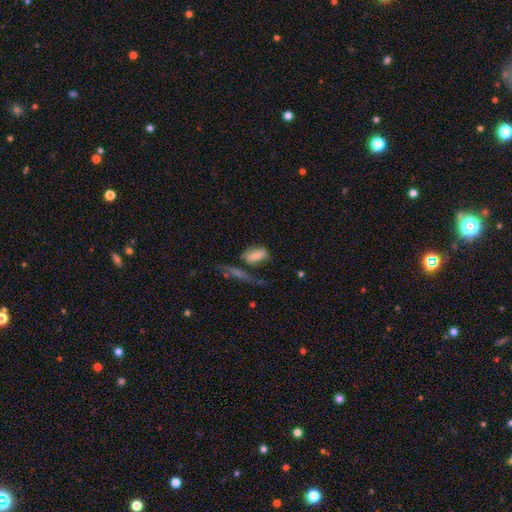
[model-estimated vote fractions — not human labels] smooth-or-featured: smooth: 65% | featured or disk: 26% | star or artifact: 9%
  how-rounded: in between: 84% | round: 8% | cigar-shaped: 8%
  merging: none: 43% | minor disturbance: 22% | major disturbance: 18% | merger: 17%